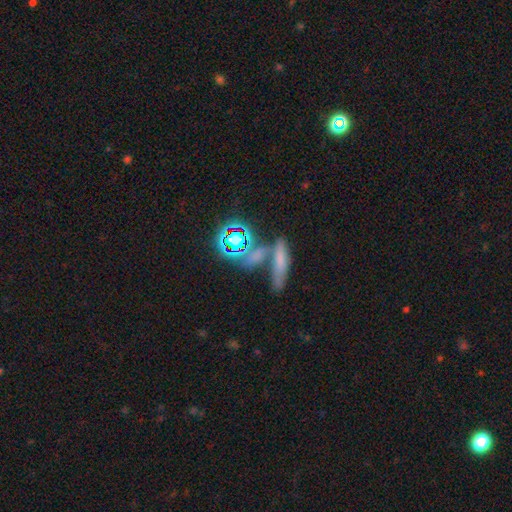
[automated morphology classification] Smooth or featured? Predicted: smooth (p=0.48). Merging? Predicted: none (p=0.48).